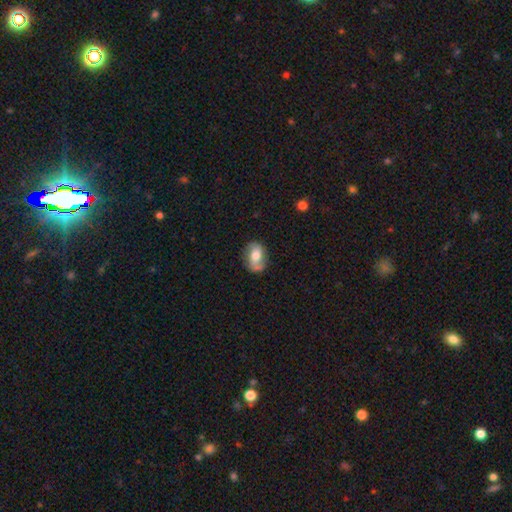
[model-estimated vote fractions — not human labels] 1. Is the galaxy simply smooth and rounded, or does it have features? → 48% smooth, 45% featured or disk, 8% star or artifact.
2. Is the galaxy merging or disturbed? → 69% none, 22% minor disturbance, 7% major disturbance, 2% merger.